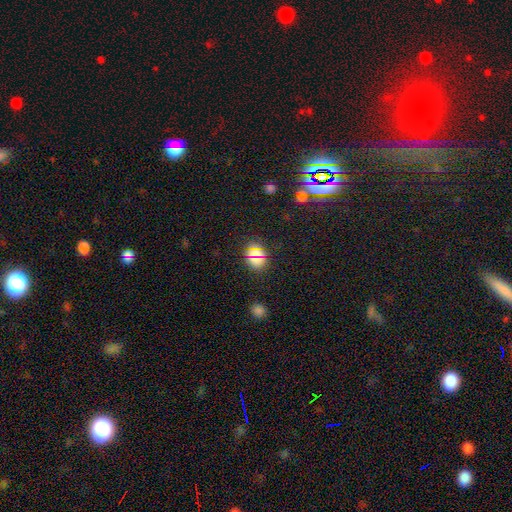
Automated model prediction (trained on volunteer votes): smooth_or_featured: smooth (p=0.56) [alt: star or artifact p=0.35]
how_rounded: round (p=0.65) [alt: in between p=0.32]
merging: none (p=0.82) [alt: minor disturbance p=0.10]